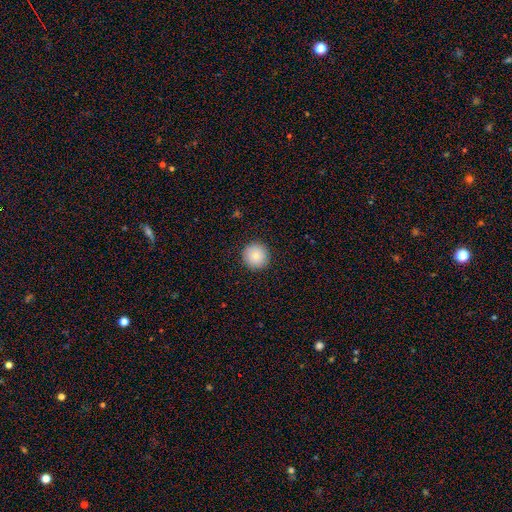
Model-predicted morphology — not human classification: type=smooth (83%); roundness=round (96%); merging=none (91%).